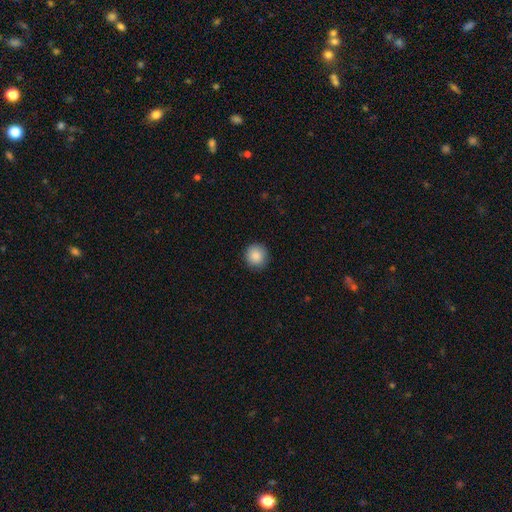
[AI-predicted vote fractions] smooth-or-featured: smooth: 86% | star or artifact: 9% | featured or disk: 5%
  how-rounded: round: 94% | in between: 5% | cigar-shaped: 1%
  merging: none: 90% | minor disturbance: 7% | major disturbance: 2% | merger: 1%